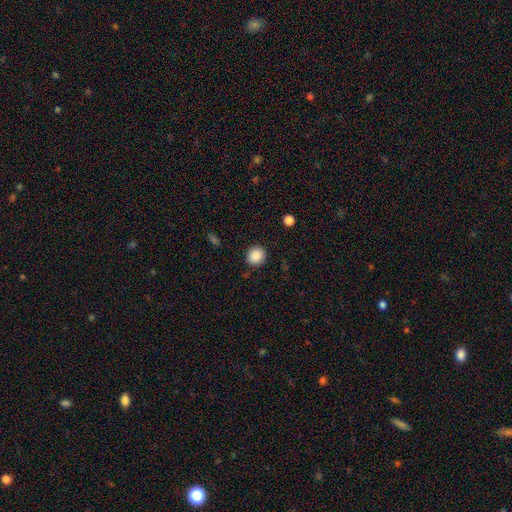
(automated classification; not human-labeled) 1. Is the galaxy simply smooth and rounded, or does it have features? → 87% smooth, 9% star or artifact, 4% featured or disk.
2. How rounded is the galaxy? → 88% round, 11% in between, 1% cigar-shaped.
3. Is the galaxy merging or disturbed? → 90% none, 7% minor disturbance, 2% major disturbance, 1% merger.